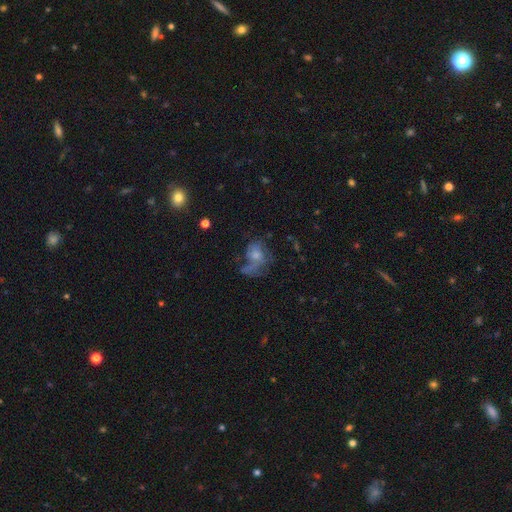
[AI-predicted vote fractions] Overall: featured or disk (51%; smooth 37%). Edge-on disk: no (97%). Merging: major disturbance (46%; none 27%).